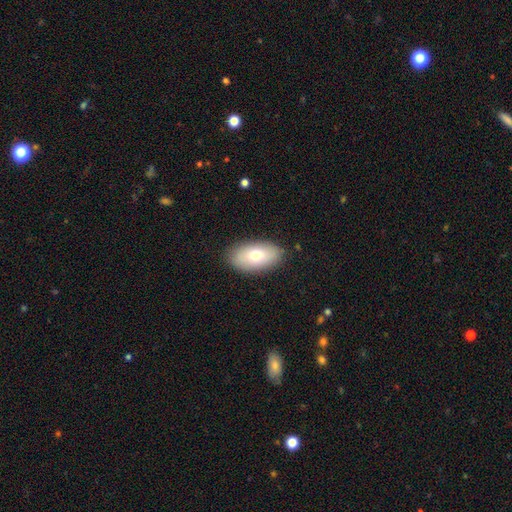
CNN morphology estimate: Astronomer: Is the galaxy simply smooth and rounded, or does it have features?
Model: smooth — 71%.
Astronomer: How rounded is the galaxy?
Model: in between — 93%.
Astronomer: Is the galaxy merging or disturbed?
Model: none — 87%.